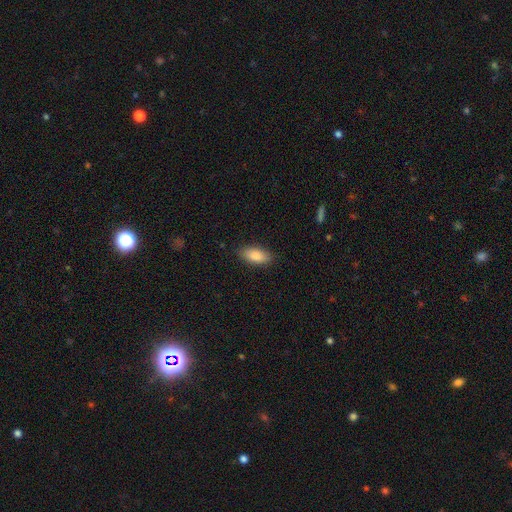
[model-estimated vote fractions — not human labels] The model was most divided on "merging": none: 86%, minor disturbance: 10%, major disturbance: 2%, merger: 1%. More confident: how rounded — in between (88%); smooth or featured — smooth (86%).